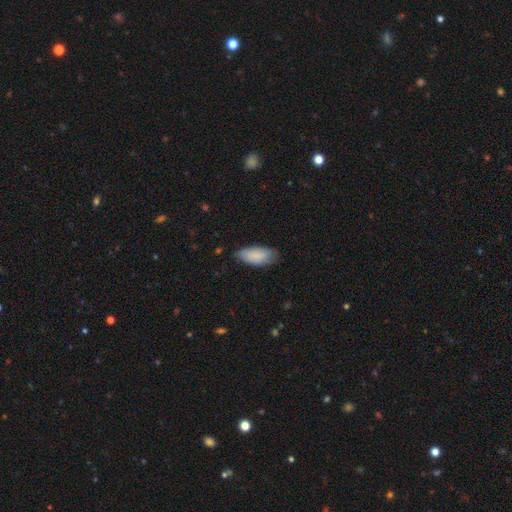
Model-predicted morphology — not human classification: smooth 85%, featured or disk 9%, star or artifact 6%. Down the decision tree: how rounded — in between (90%); merging — none (65%).